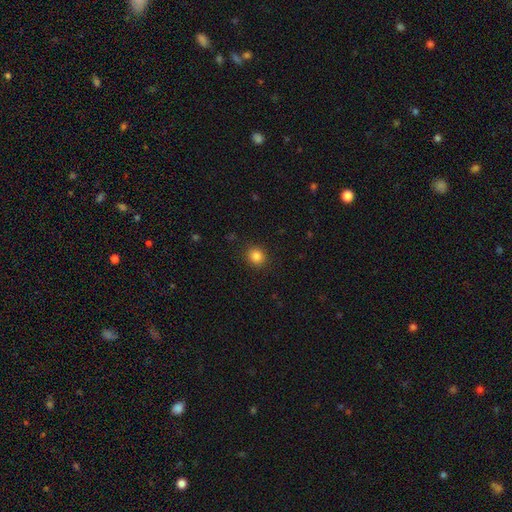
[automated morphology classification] Overall: smooth (85%). How rounded: round (85%). Merging: none (90%).